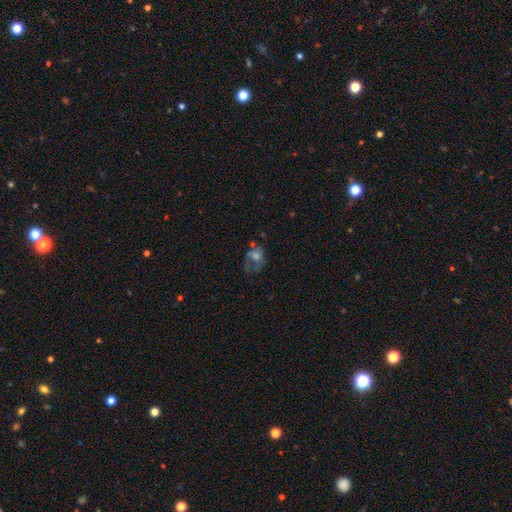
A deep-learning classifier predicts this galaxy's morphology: smooth-or-featured: smooth: 50% | featured or disk: 36% | star or artifact: 14%
  merging: major disturbance: 39% | none: 29% | minor disturbance: 21% | merger: 11%